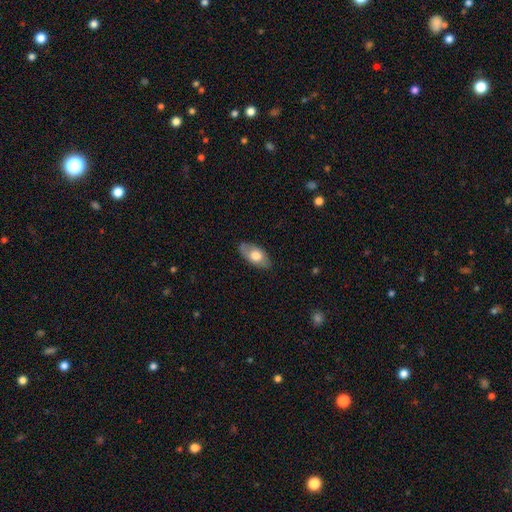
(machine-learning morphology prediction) smooth_or_featured: smooth (p=0.68) [alt: featured or disk p=0.26]
how_rounded: in between (p=0.91) [alt: cigar-shaped p=0.05]
merging: none (p=0.80) [alt: minor disturbance p=0.16]